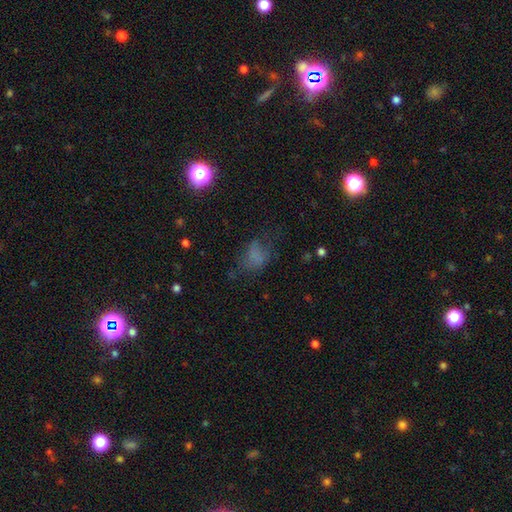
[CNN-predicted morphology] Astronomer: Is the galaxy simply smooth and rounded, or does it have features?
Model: smooth — 59%.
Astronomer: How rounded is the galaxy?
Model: in between — 65%.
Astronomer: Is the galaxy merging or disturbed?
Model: none — 45% (runner-up: major disturbance, 28%).